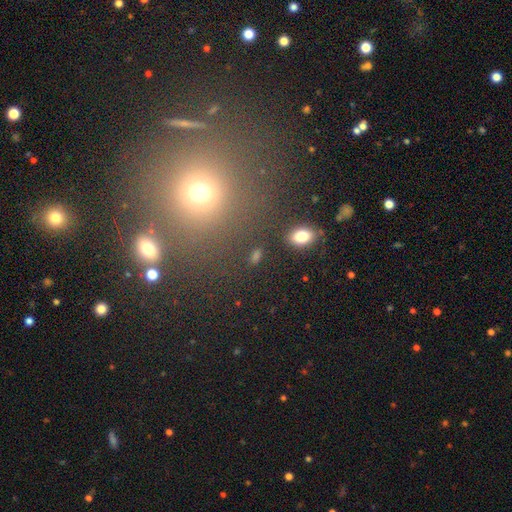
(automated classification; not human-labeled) Morphology: type=smooth (68%); roundness=in between (63%); merging=none (83%).